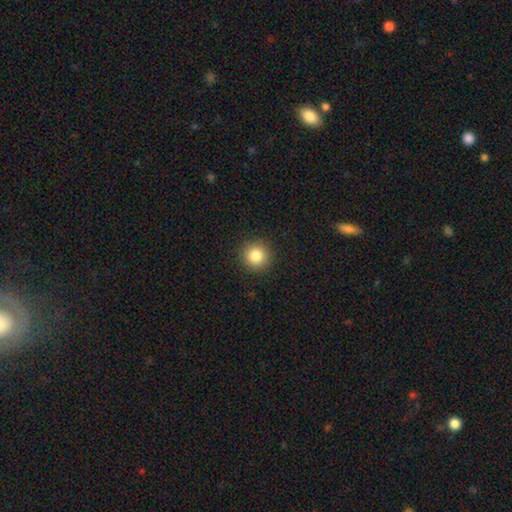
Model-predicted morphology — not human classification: This is clearly a smooth galaxy (84%). How rounded: clearly round (94%). Merging: clearly none (91%).